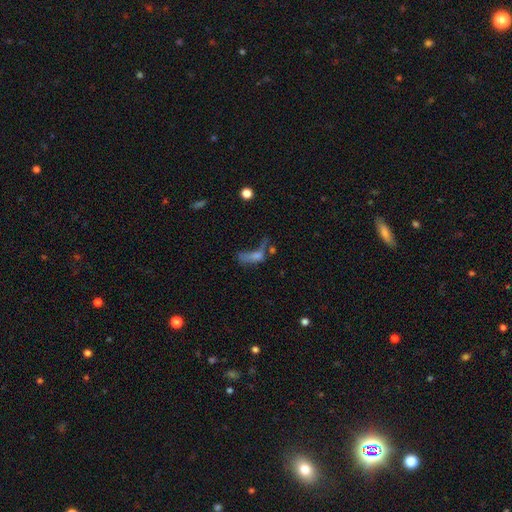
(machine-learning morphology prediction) A smooth galaxy with no disk features (44%). Merging: major disturbance (41%).